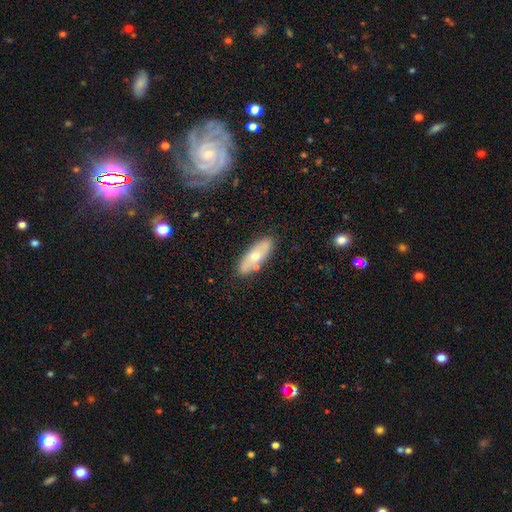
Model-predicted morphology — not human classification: The model was most divided on "smooth or featured": smooth: 51%, featured or disk: 42%, star or artifact: 7%. More confident: merging — none (80%); how rounded — in between (60%).